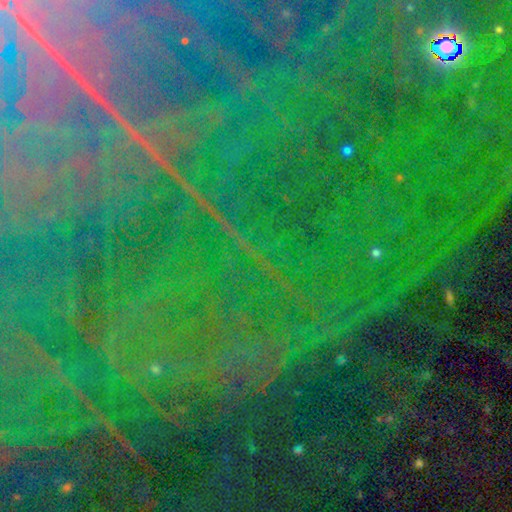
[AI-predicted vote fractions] Morphology: type=star or artifact (88%).